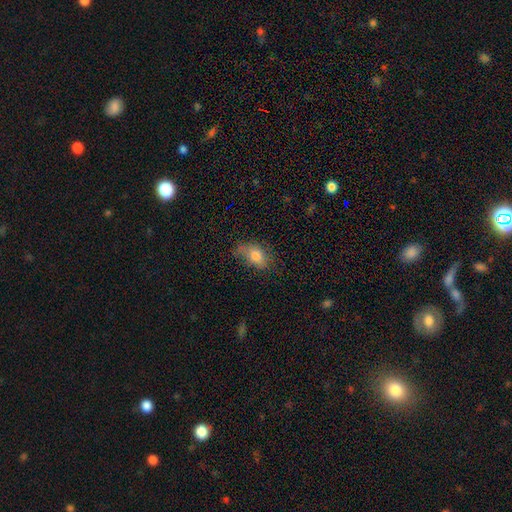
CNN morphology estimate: The model was most divided on "merging": none: 52%, minor disturbance: 33%, major disturbance: 13%, merger: 3%. More confident: how rounded — in between (84%); smooth or featured — smooth (78%).